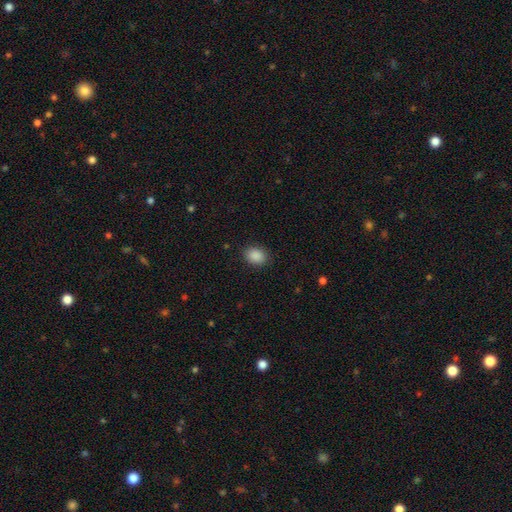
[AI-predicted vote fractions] Q: Smooth or featured?
A: smooth (89%); runner-up: star or artifact (9%)
Q: How rounded?
A: in between (60%); runner-up: round (39%)
Q: Merging?
A: none (88%); runner-up: minor disturbance (9%)